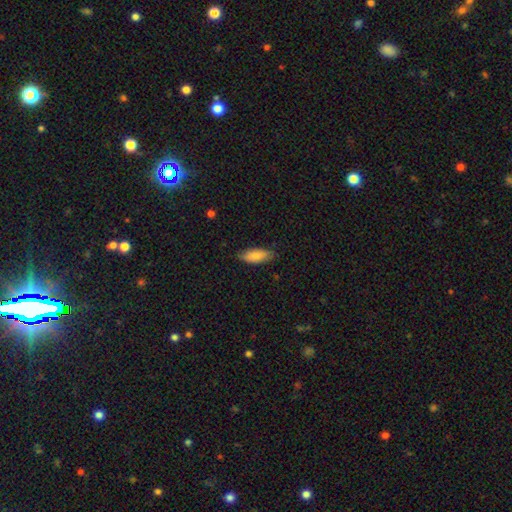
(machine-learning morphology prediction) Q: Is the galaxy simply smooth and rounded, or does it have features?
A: smooth — 79%.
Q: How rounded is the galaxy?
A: in between — 74%.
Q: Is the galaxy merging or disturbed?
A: none — 81%.